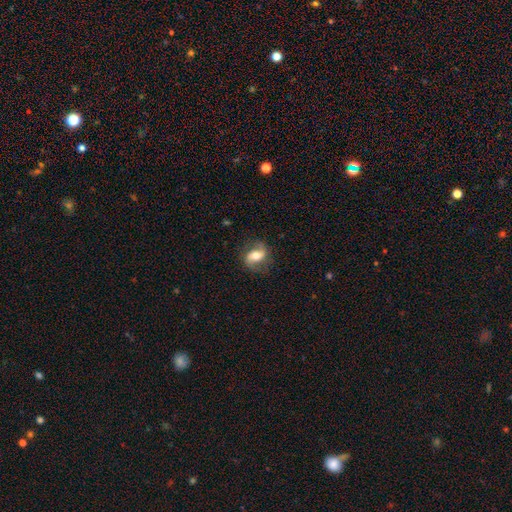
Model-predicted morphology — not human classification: Smooth or featured? featured or disk (57%)
Edge-on disk? no (93%)
Bar? no (37%)
Spiral arms? yes (83%)
Bulge size? moderate (66%)
Merging? none (77%)